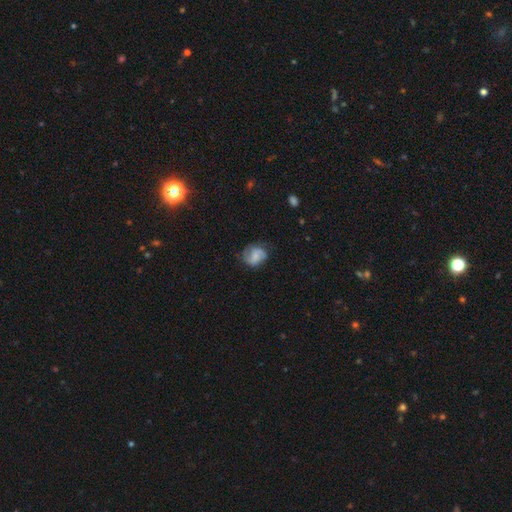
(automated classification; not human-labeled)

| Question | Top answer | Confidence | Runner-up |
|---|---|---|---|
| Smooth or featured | featured or disk | 52% | smooth (40%) |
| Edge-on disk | no | 98% | yes (2%) |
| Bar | no | 46% | weak (42%) |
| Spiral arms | yes | 87% | no (13%) |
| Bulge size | none | 35% | small (31%) |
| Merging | none | 64% | minor disturbance (24%) |